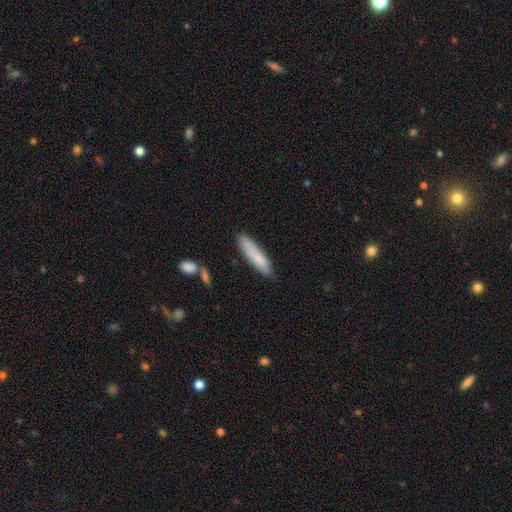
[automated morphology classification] This is likely a smooth galaxy (80%). How rounded: likely cigar-shaped (80%). Merging: clearly none (80%).